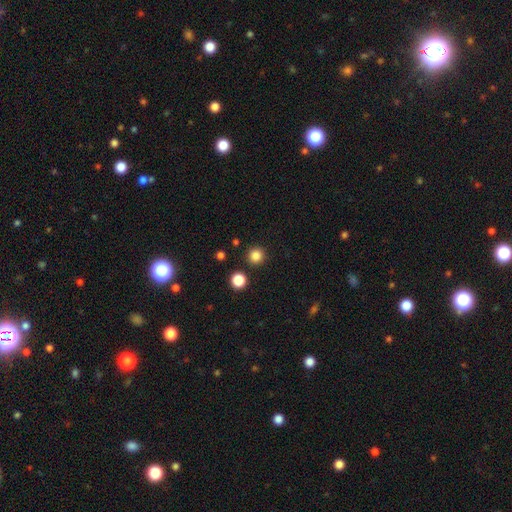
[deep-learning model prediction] A smooth galaxy with no disk features (84%) that is round (95%).

Vote fractions:
- Smooth or featured? smooth: 84% / star or artifact: 13% / featured or disk: 3%
- How rounded? round: 95% / in between: 4% / cigar-shaped: 1%
- Merging? none: 91% / minor disturbance: 5% / merger: 2% / major disturbance: 2%